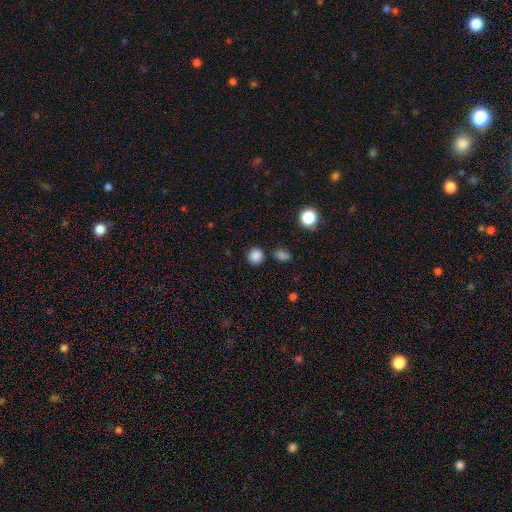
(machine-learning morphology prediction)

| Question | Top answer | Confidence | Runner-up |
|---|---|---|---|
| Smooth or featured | smooth | 85% | star or artifact (12%) |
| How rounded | round | 91% | in between (8%) |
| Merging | none | 85% | minor disturbance (8%) |